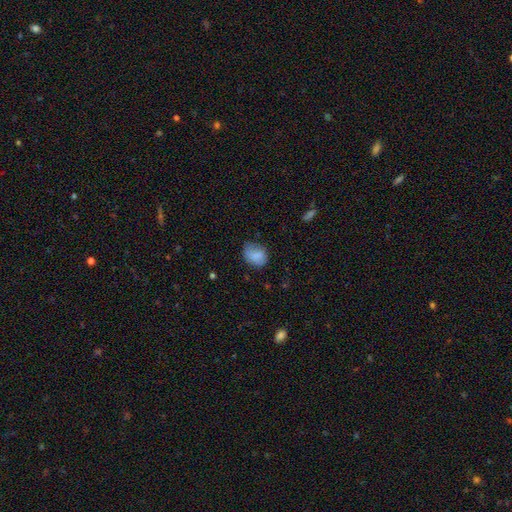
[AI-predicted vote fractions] This is clearly a smooth galaxy (82%). How rounded: likely in between (61%). Merging: possibly none (55%).